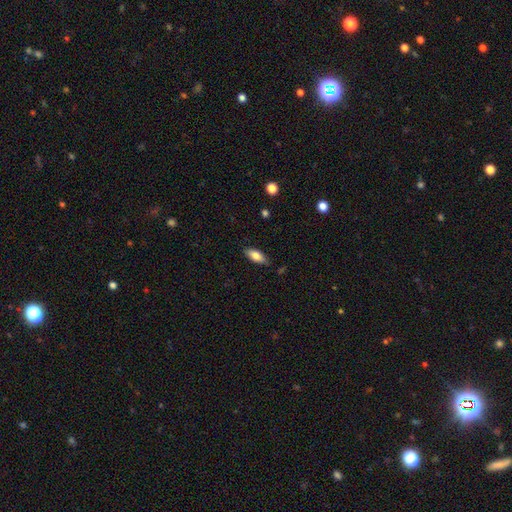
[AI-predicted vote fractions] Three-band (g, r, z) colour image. It shows a smooth galaxy with no disk features (76%) that is in between round and cigar-shaped (80%). Merging: none (82%).